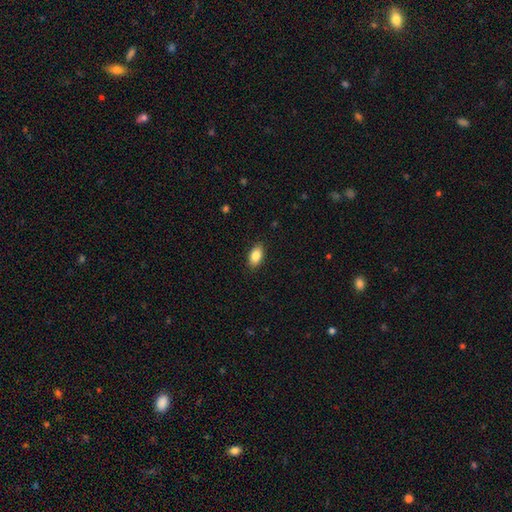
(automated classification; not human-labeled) Smooth or featured? smooth (86%)
How rounded? in between (91%)
Merging? none (88%)